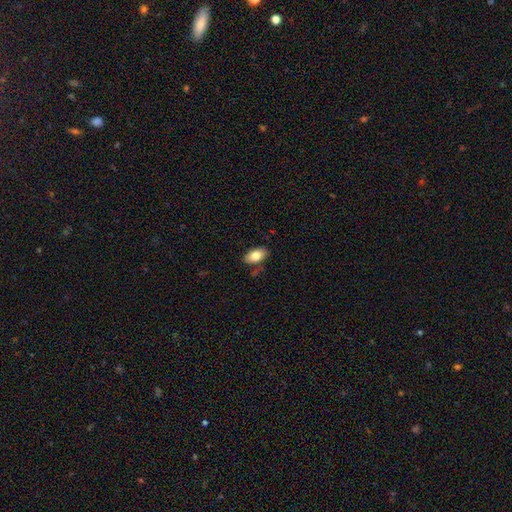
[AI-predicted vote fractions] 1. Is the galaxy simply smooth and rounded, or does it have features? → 80% smooth, 13% featured or disk, 7% star or artifact.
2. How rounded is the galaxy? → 93% in between, 6% round, 2% cigar-shaped.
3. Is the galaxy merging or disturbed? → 79% none, 14% minor disturbance, 4% merger, 3% major disturbance.